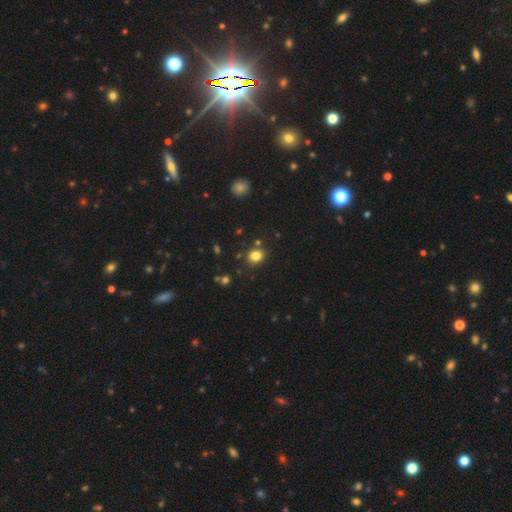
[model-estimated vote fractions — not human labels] Smooth or featured? Predicted: smooth (p=0.82). How rounded? Predicted: round (p=0.64). Merging? Predicted: none (p=0.83).